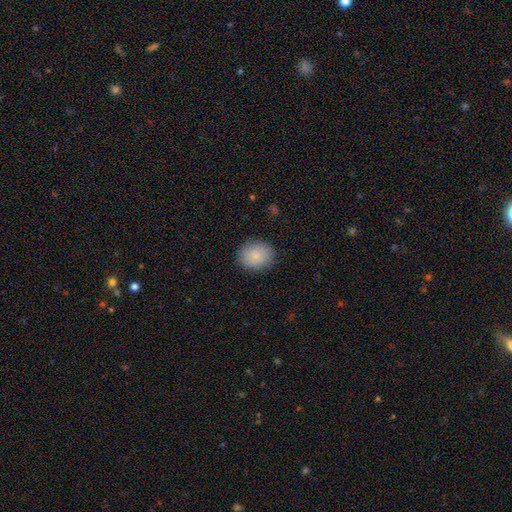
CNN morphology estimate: Smooth or featured: smooth — 86% (star or artifact — 7%)
How rounded: round — 58% (in between — 41%)
Merging: none — 86% (minor disturbance — 10%)